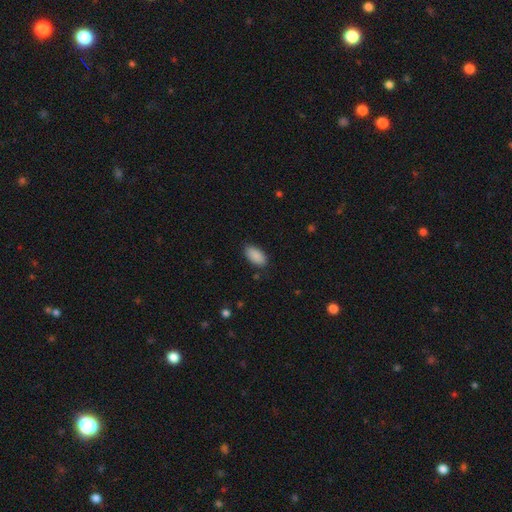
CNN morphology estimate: The model was most divided on "merging": none: 86%, minor disturbance: 11%, major disturbance: 2%, merger: 1%. More confident: how rounded — in between (94%); smooth or featured — smooth (90%).